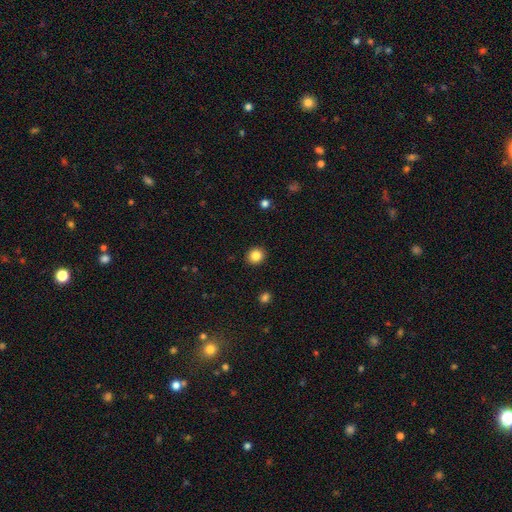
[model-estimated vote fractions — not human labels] This is clearly a smooth galaxy (84%). How rounded: clearly round (87%). Merging: clearly none (92%).